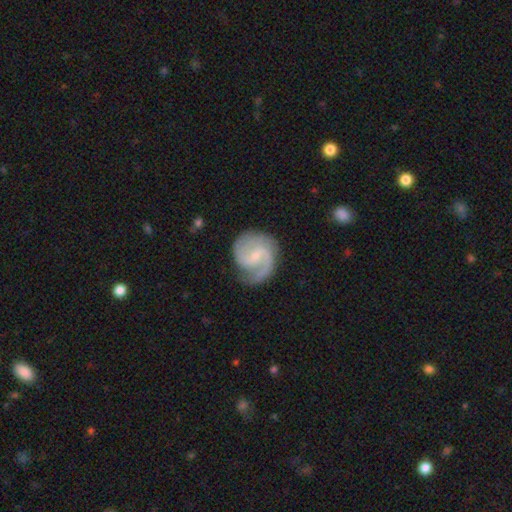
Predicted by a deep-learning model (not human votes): Q: Smooth or featured?
A: featured or disk (86%); runner-up: smooth (9%)
Q: Edge-on disk?
A: no (98%); runner-up: yes (2%)
Q: Bar?
A: weak (59%); runner-up: no (27%)
Q: Spiral arms?
A: yes (97%); runner-up: no (3%)
Q: Spiral winding?
A: medium (53%); runner-up: tight (29%)
Q: Spiral arm count?
A: 2 (79%); runner-up: 1 (7%)
Q: Bulge size?
A: small (67%); runner-up: moderate (21%)
Q: Merging?
A: none (73%); runner-up: minor disturbance (18%)